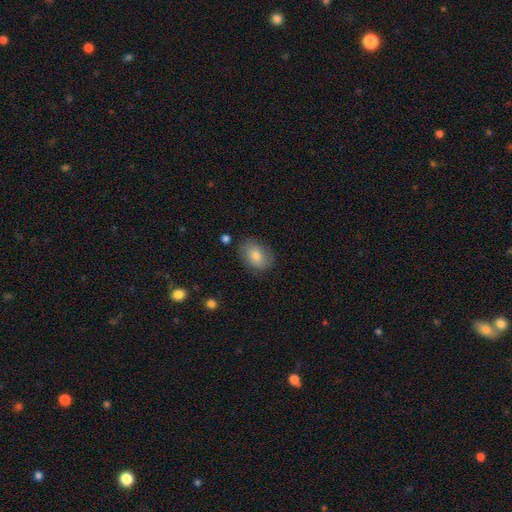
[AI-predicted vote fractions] Morphology: type=smooth (76%); roundness=in between (74%); merging=none (81%).